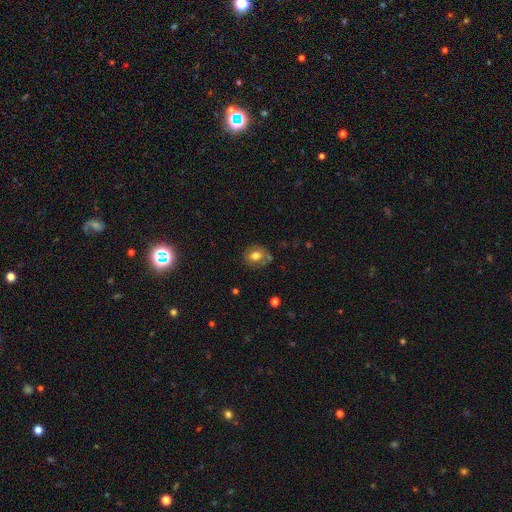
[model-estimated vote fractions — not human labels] This appears to be a smooth galaxy with no disk features (72%) that is round (55%). Merging: none (69%).